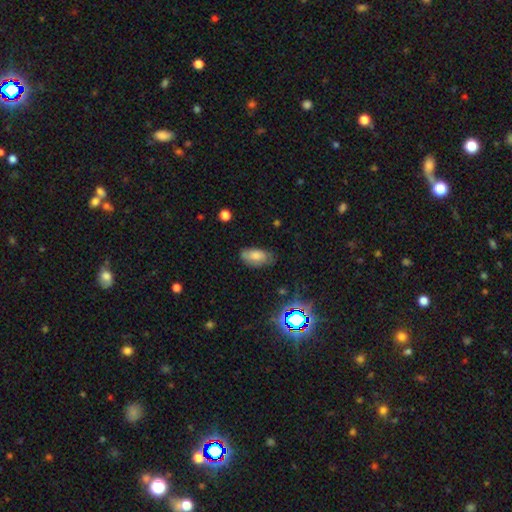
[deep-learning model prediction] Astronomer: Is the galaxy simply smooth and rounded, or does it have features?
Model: smooth — 74%.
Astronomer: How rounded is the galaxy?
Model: in between — 92%.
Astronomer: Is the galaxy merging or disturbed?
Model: none — 69%.